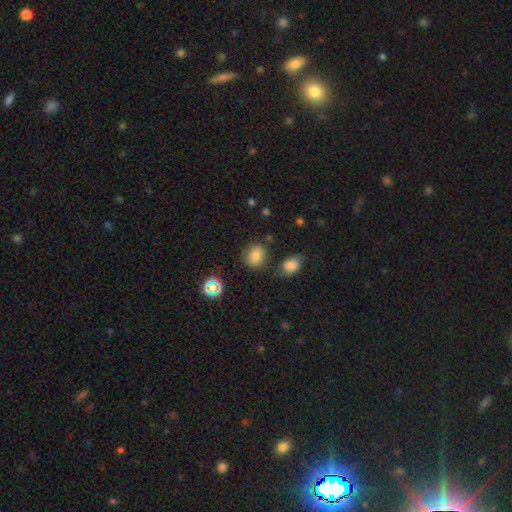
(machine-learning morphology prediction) This is likely a smooth galaxy (77%). How rounded: likely round (65%). Merging: likely none (75%).